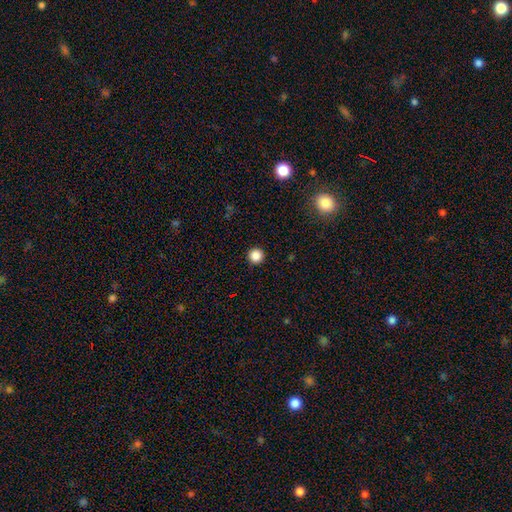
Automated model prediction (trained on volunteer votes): Morphology: type=smooth (87%); roundness=round (97%); merging=none (94%).